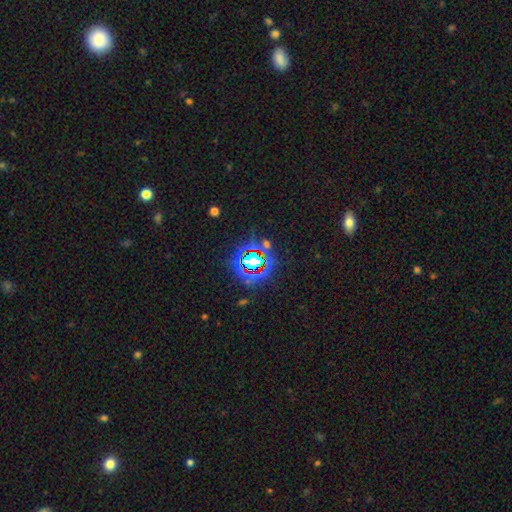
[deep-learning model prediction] Smooth or featured? Predicted: star or artifact (p=0.77).